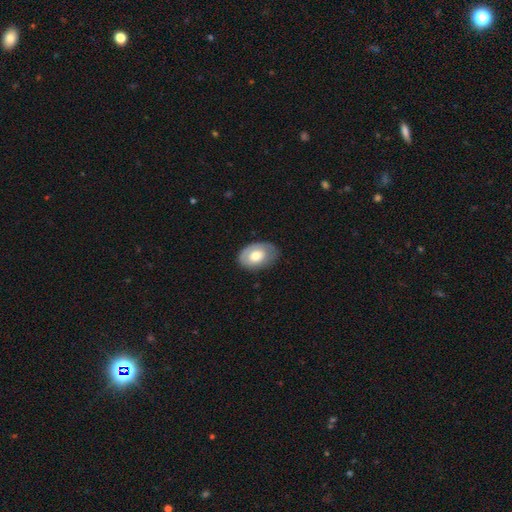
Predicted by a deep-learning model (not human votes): Smooth or featured?
  - smooth: 59% *
  - featured or disk: 35%
  - star or artifact: 6%
How rounded?
  - in between: 84% *
  - round: 15%
  - cigar-shaped: 1%
Merging?
  - none: 72% *
  - minor disturbance: 21%
  - major disturbance: 6%
  - merger: 1%